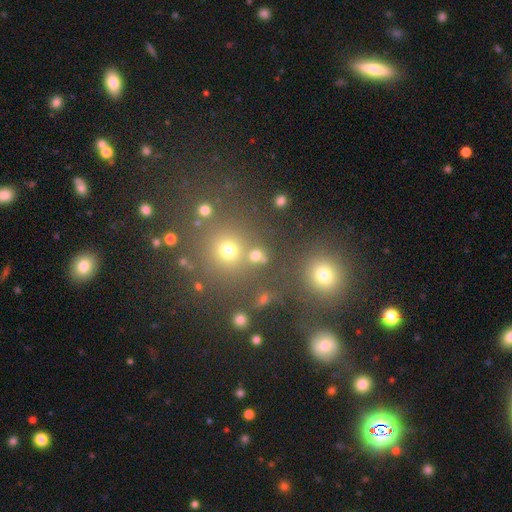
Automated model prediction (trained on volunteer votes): smooth-or-featured: smooth: 71% | star or artifact: 22% | featured or disk: 7%
  how-rounded: round: 84% | in between: 14% | cigar-shaped: 1%
  merging: none: 68% | merger: 18% | minor disturbance: 9% | major disturbance: 5%